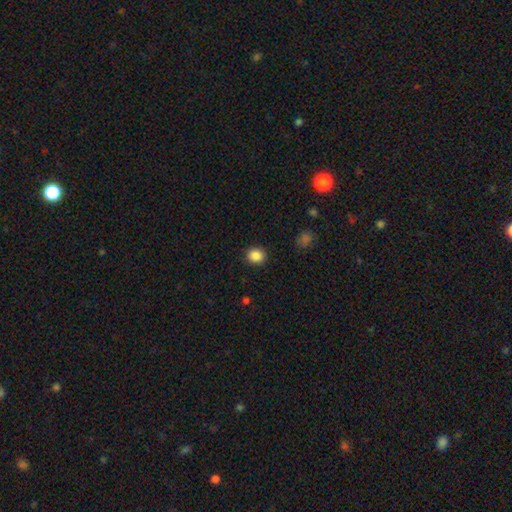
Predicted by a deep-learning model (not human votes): This is clearly a smooth galaxy (87%). How rounded: likely round (77%). Merging: clearly none (90%).